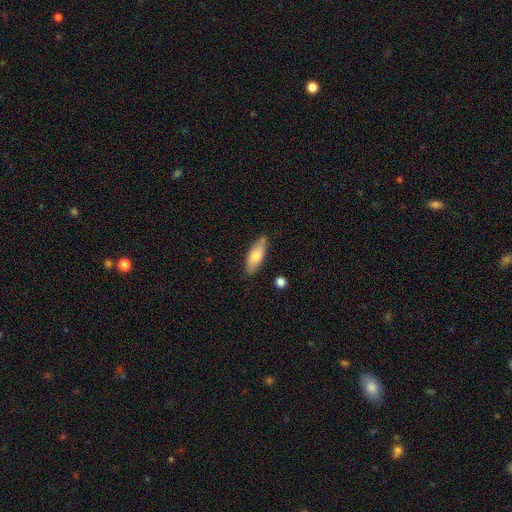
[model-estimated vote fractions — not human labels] smooth_or_featured: smooth (p=0.75) [alt: featured or disk p=0.19]
how_rounded: in between (p=0.67) [alt: cigar-shaped p=0.31]
merging: none (p=0.78) [alt: minor disturbance p=0.17]